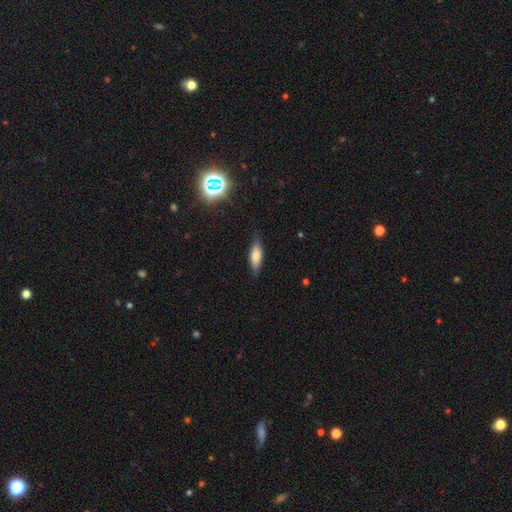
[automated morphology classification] Smooth or featured? Predicted: smooth (p=0.70). How rounded? Predicted: in between (p=0.55). Merging? Predicted: none (p=0.83).